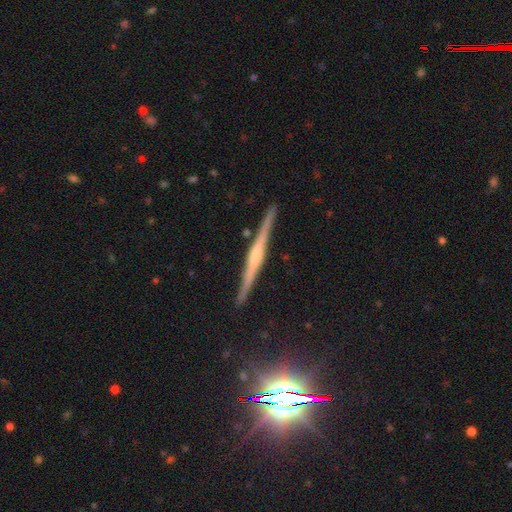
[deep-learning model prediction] Smooth or featured: featured or disk — 77% (smooth — 17%)
Edge-on disk: yes — 98% (no — 2%)
Edge-on bulge: rounded — 45% (boxy — 31%)
Merging: none — 90% (minor disturbance — 7%)